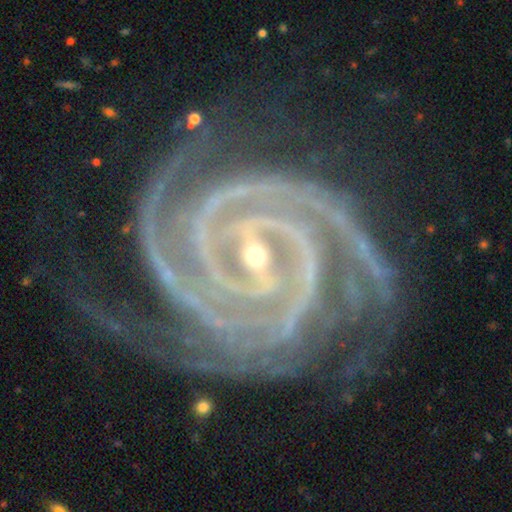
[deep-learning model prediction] Smooth or featured: featured or disk — 93% (star or artifact — 4%)
Edge-on disk: no — 98% (yes — 2%)
Bar: strong — 57% (weak — 29%)
Spiral arms: yes — 99% (no — 1%)
Spiral winding: tight — 74% (medium — 21%)
Spiral arm count: 2 — 27% (3 — 22%)
Bulge size: small — 76% (moderate — 21%)
Merging: none — 71% (minor disturbance — 17%)